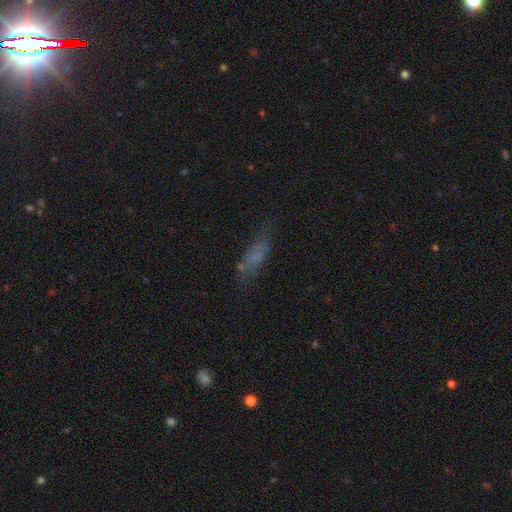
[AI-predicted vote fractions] Smooth or featured? smooth (56%)
How rounded? in between (48%, tied with cigar-shaped)
Merging? none (55%)